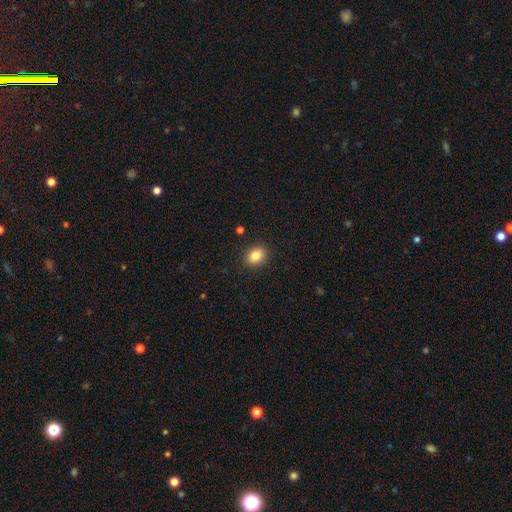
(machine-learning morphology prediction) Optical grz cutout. It shows a smooth galaxy with no disk features (84%) that is in between round and cigar-shaped (51%). Merging: none (89%).